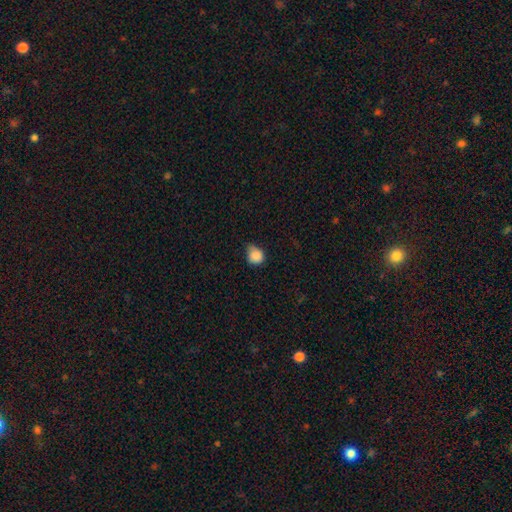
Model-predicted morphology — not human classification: Smooth or featured? Predicted: smooth (p=0.87). How rounded? Predicted: round (p=0.77). Merging? Predicted: none (p=0.46).